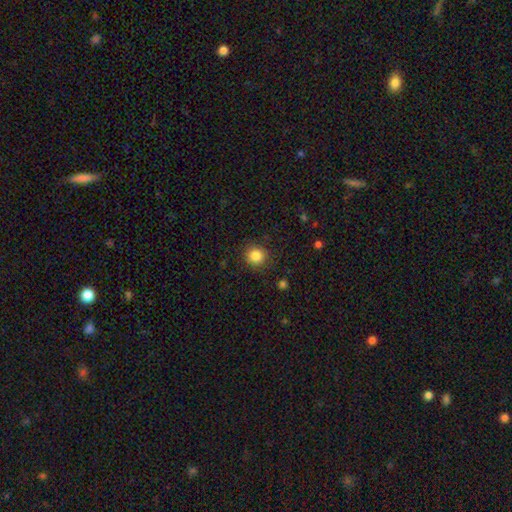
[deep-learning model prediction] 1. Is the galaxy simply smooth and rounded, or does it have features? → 85% smooth, 11% star or artifact, 4% featured or disk.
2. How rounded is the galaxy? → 91% round, 8% in between, 1% cigar-shaped.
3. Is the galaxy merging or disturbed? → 88% none, 8% minor disturbance, 3% major disturbance, 1% merger.